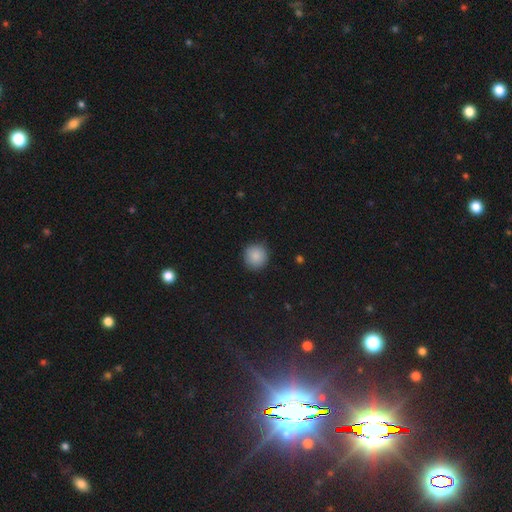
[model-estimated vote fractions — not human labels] A smooth galaxy with no disk features (88%) that is round (94%). Merging: none (90%).